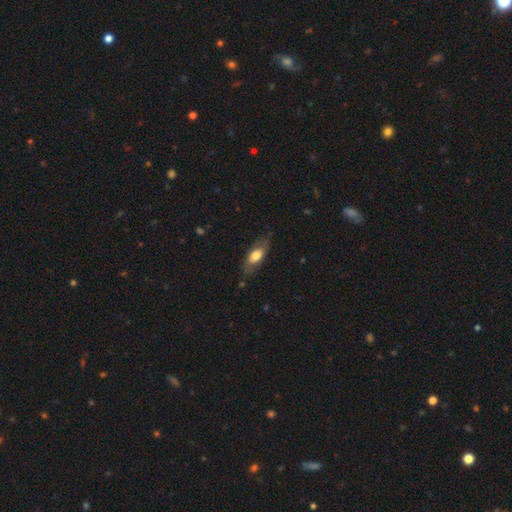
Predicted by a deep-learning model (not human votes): Smooth or featured: smooth — 61% (featured or disk — 33%)
How rounded: in between — 75% (cigar-shaped — 21%)
Merging: none — 72% (minor disturbance — 20%)